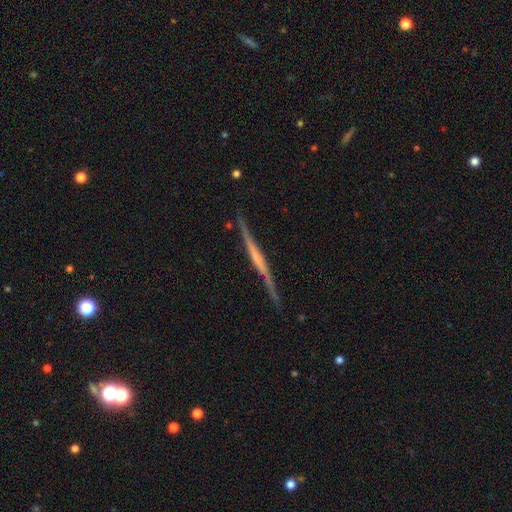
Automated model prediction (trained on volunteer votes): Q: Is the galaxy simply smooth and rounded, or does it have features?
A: featured or disk — 79%.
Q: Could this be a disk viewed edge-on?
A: yes — 98%.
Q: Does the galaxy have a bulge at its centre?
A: none — 46%.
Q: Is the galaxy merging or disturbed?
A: none — 85%.